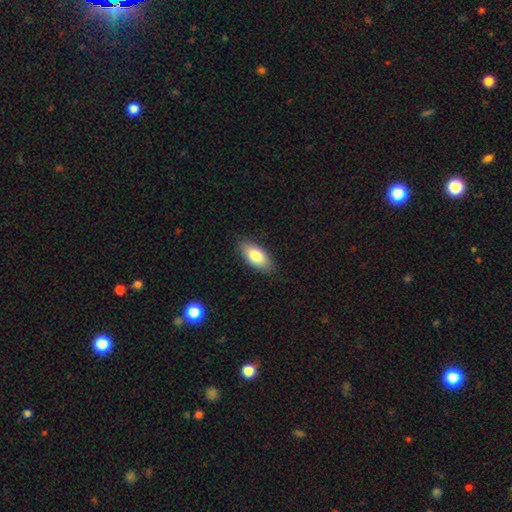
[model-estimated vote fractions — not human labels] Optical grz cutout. It shows a smooth galaxy with no disk features (80%) that is in between round and cigar-shaped (87%). Merging: none (85%).